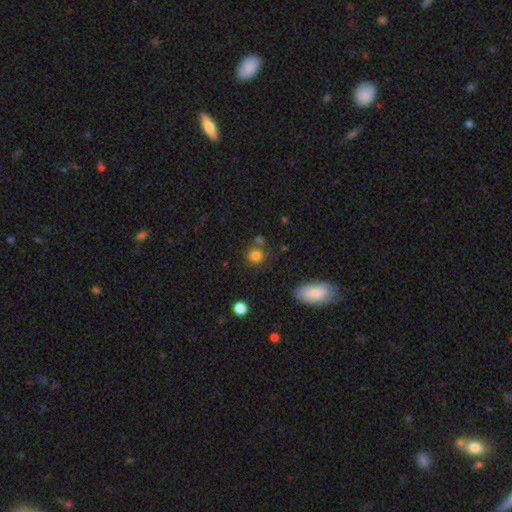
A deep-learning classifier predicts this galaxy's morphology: smooth-or-featured: smooth: 80% | star or artifact: 13% | featured or disk: 6%
  how-rounded: round: 88% | in between: 11% | cigar-shaped: 1%
  merging: none: 72% | merger: 13% | minor disturbance: 11% | major disturbance: 4%